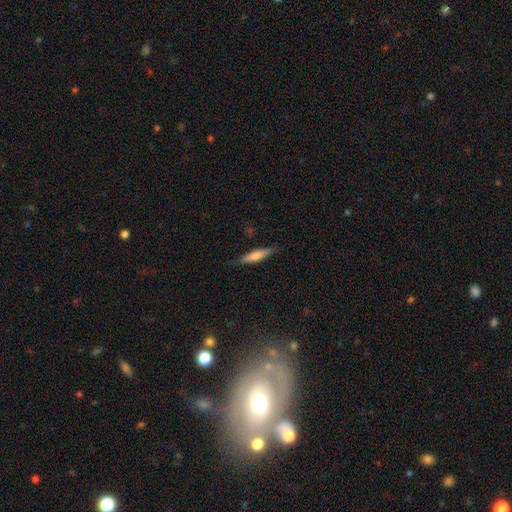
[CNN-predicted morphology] Smooth or featured? Predicted: smooth (p=0.64). How rounded? Predicted: cigar-shaped (p=0.84). Merging? Predicted: none (p=0.84).